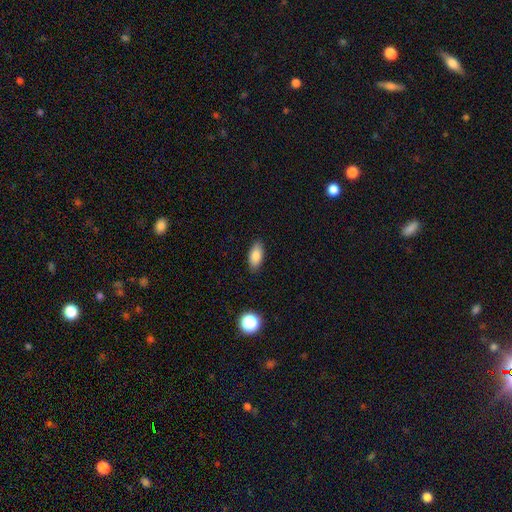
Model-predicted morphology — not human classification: smooth_or_featured: smooth (p=0.85) [alt: star or artifact p=0.08]
how_rounded: in between (p=0.88) [alt: cigar-shaped p=0.09]
merging: none (p=0.88) [alt: minor disturbance p=0.09]